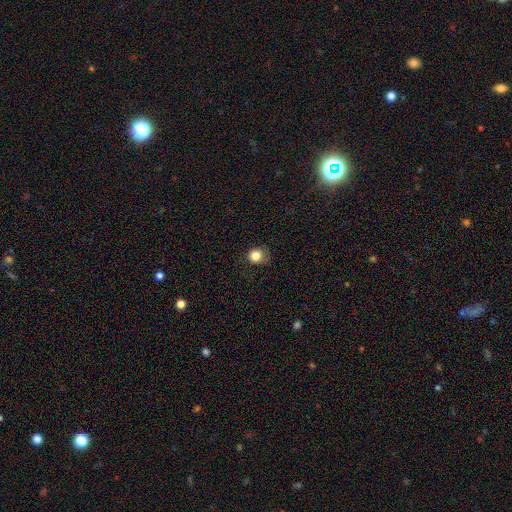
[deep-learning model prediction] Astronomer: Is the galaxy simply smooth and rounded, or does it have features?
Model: smooth — 83%.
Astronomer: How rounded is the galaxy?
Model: round — 82%.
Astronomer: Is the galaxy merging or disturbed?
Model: none — 70%.